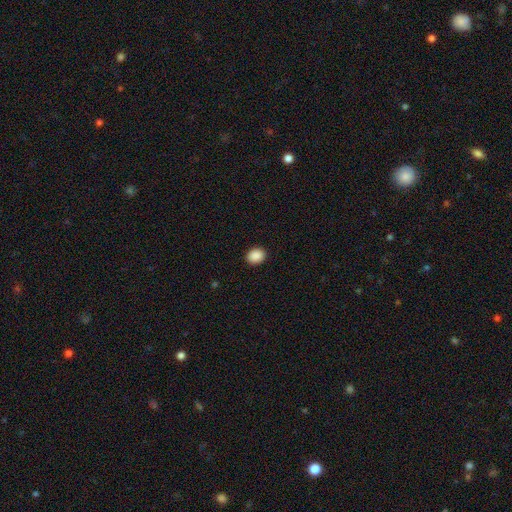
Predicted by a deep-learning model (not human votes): Q: Smooth or featured?
A: smooth (90%); runner-up: star or artifact (8%)
Q: How rounded?
A: round (50%); runner-up: in between (49%)
Q: Merging?
A: none (91%); runner-up: minor disturbance (6%)